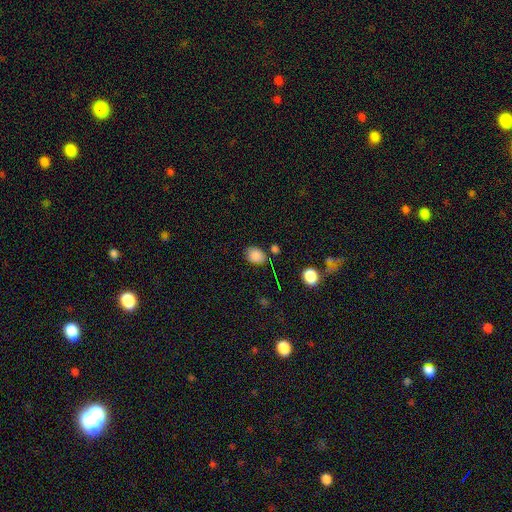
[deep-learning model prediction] The model was most divided on "how rounded": in between: 66%, round: 33%, cigar-shaped: 1%. More confident: smooth or featured — smooth (84%); merging — none (73%).